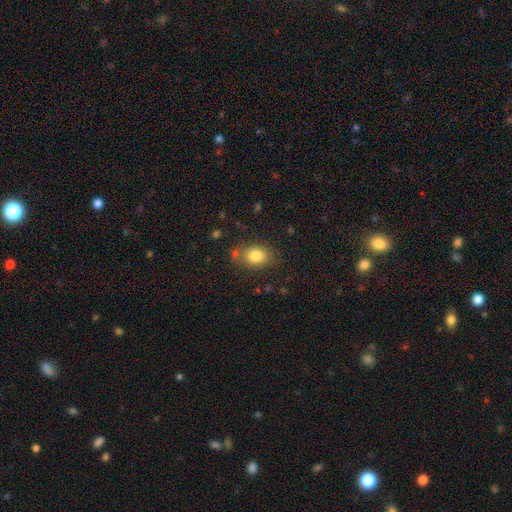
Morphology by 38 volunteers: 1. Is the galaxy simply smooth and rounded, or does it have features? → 87% smooth, 11% featured or disk, 3% star or artifact.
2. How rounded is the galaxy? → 58% in between, 42% round, 0% cigar-shaped.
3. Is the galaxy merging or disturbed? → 73% none, 14% merger, 11% minor disturbance, 3% major disturbance.